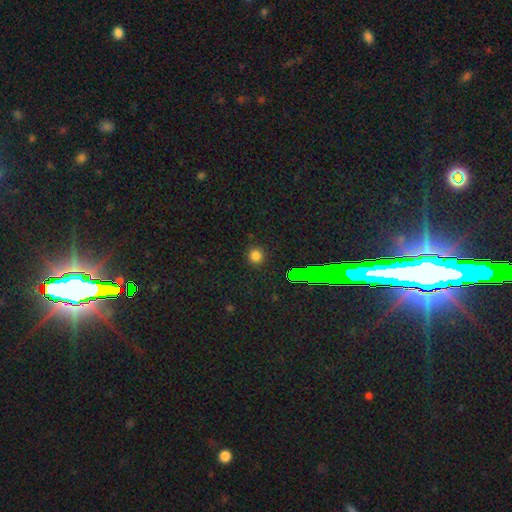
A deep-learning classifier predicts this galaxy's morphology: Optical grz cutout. It shows a smooth galaxy with no disk features (78%) that is round (93%). Merging: none (91%).